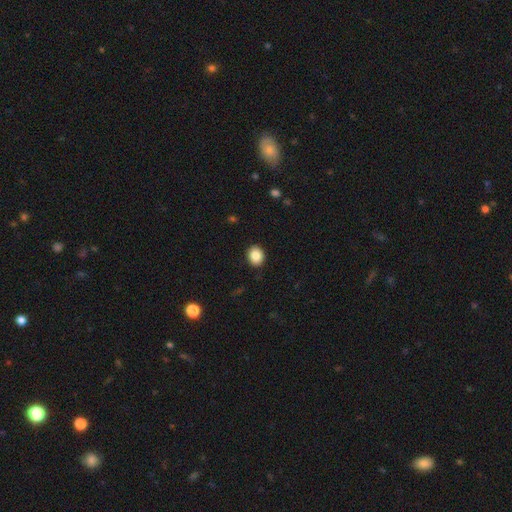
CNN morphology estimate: This is clearly a smooth galaxy (86%). How rounded: possibly round (57%). Merging: clearly none (90%).